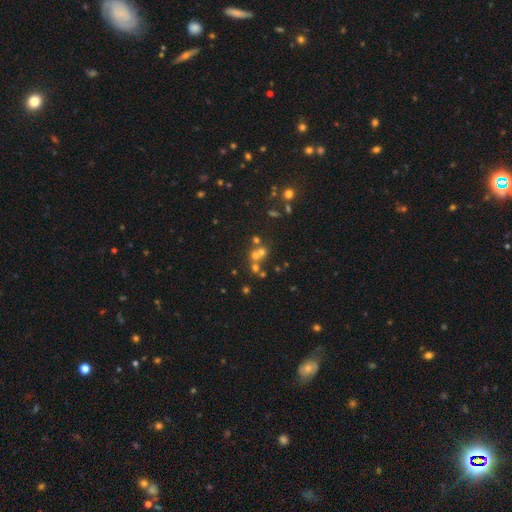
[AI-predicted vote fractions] Smooth or featured?
  - smooth: 47% *
  - star or artifact: 26%
  - featured or disk: 26%
Merging?
  - merger: 47% *
  - none: 40%
  - minor disturbance: 7%
  - major disturbance: 5%